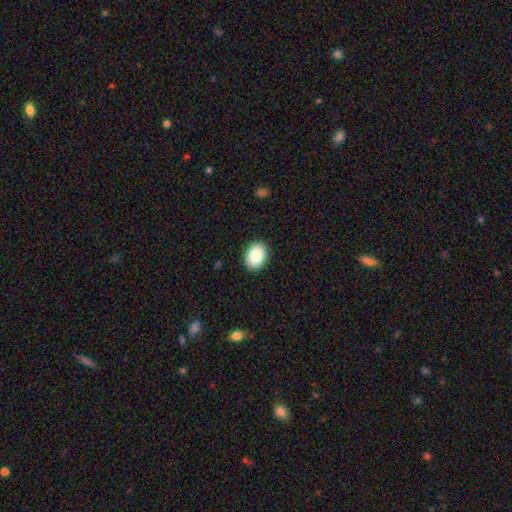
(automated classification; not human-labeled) Smooth or featured? smooth (87%)
How rounded? in between (69%)
Merging? none (90%)